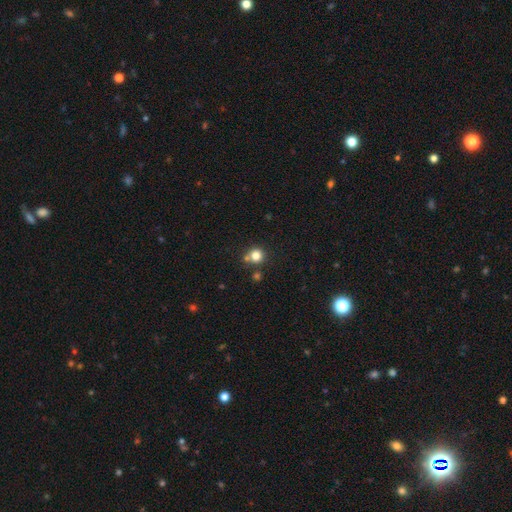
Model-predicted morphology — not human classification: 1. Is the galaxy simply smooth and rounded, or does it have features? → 80% smooth, 13% star or artifact, 7% featured or disk.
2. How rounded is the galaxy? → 90% round, 9% in between, 1% cigar-shaped.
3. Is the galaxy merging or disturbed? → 68% none, 19% merger, 10% minor disturbance, 4% major disturbance.